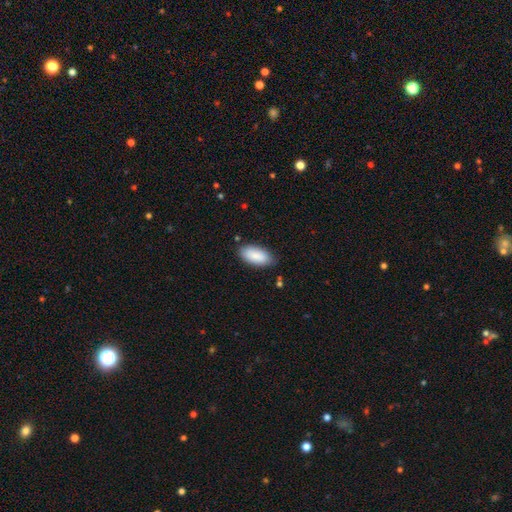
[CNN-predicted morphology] The model was most divided on "merging": none: 80%, minor disturbance: 15%, major disturbance: 3%, merger: 2%. More confident: how rounded — in between (92%); smooth or featured — smooth (87%).